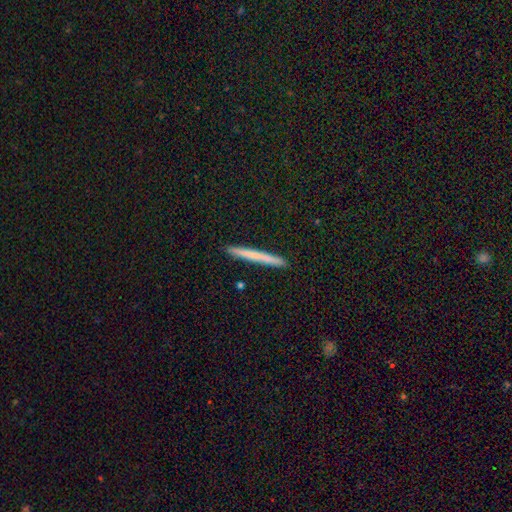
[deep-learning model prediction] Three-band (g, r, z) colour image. It shows a smooth galaxy with no disk features (65%) that is cigar-shaped (97%). Merging: none (93%).